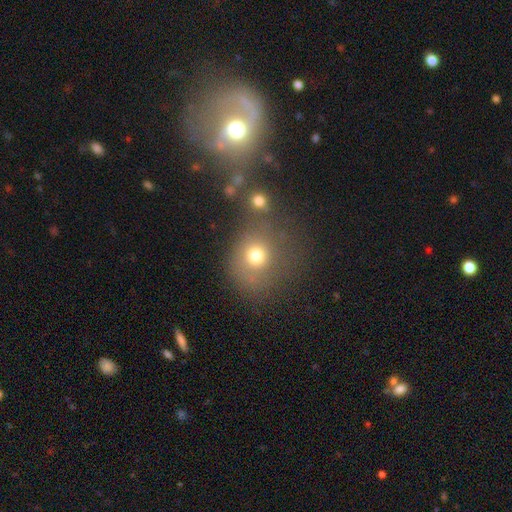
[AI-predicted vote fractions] Smooth or featured?
  - smooth: 72% *
  - star or artifact: 16%
  - featured or disk: 13%
How rounded?
  - round: 73% *
  - in between: 26%
  - cigar-shaped: 1%
Merging?
  - none: 53% *
  - merger: 21%
  - minor disturbance: 16%
  - major disturbance: 10%